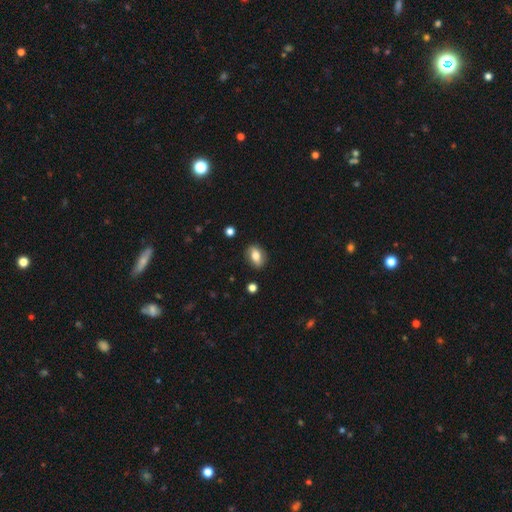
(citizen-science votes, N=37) A smooth galaxy with no disk features (68%) that is in between round and cigar-shaped (56%). Merging: none (81%).